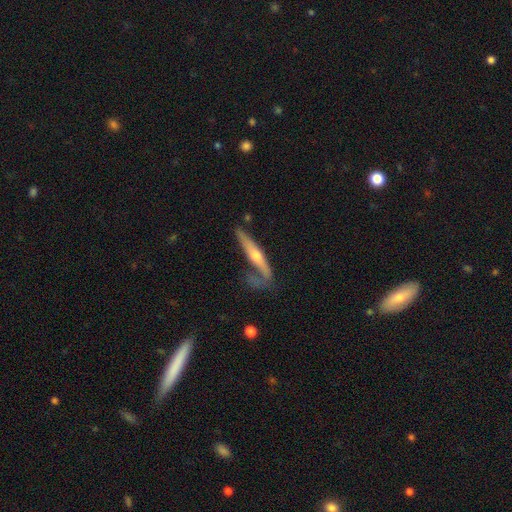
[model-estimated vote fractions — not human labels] Smooth or featured? Predicted: featured or disk (p=0.67). Edge-on disk? Predicted: yes (p=0.86). Edge-on bulge? Predicted: rounded (p=0.88). Merging? Predicted: none (p=0.53).